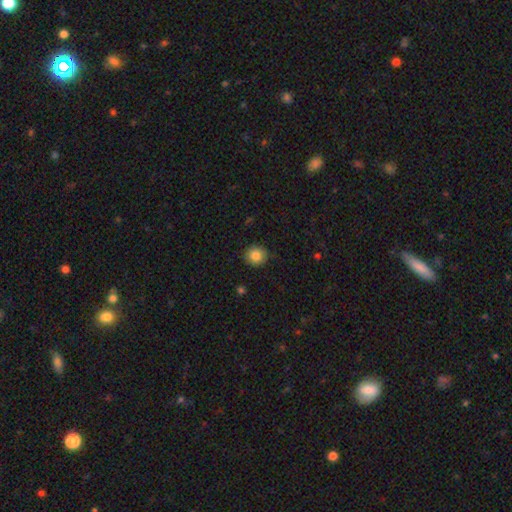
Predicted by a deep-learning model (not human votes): A smooth galaxy with no disk features (84%) that is round (90%).

Vote fractions:
- Smooth or featured? smooth: 84% / star or artifact: 9% / featured or disk: 7%
- How rounded? round: 90% / in between: 9% / cigar-shaped: 1%
- Merging? none: 90% / minor disturbance: 8% / major disturbance: 2% / merger: 1%